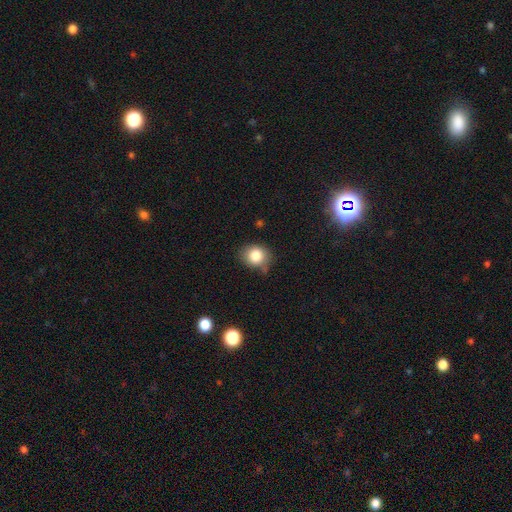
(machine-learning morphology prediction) A smooth galaxy with no disk features (83%) that is round (67%). Merging: none (68%).